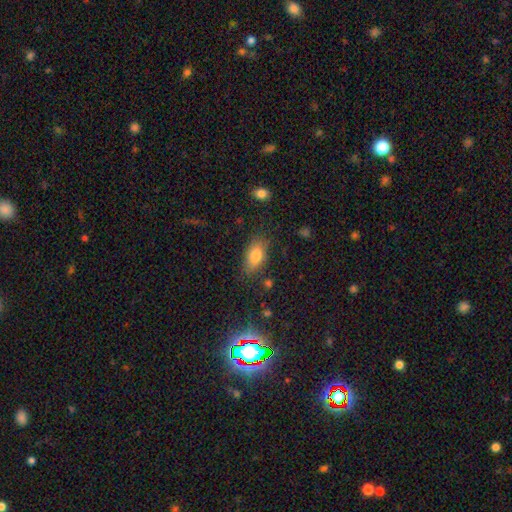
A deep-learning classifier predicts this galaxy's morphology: smooth 79%, featured or disk 11%, star or artifact 10%. Down the decision tree: how rounded — in between (87%); merging — none (77%).